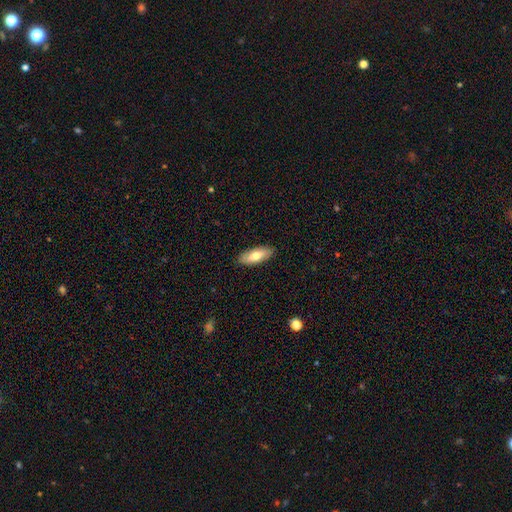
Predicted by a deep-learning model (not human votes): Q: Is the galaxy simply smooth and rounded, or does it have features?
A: smooth — 72%.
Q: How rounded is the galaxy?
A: in between — 71%.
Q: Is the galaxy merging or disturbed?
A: none — 89%.